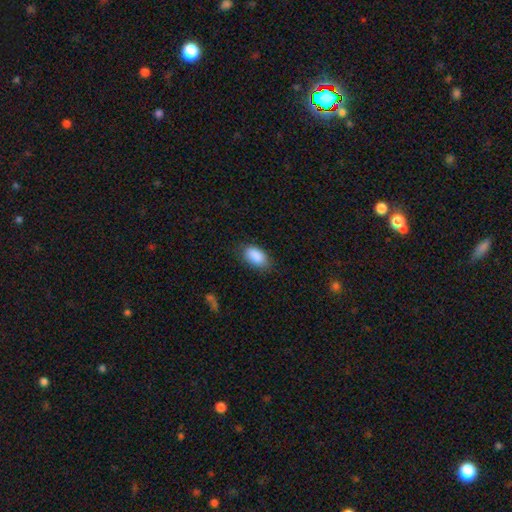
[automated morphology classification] Smooth or featured: smooth — 89% (star or artifact — 7%)
How rounded: in between — 93% (round — 5%)
Merging: none — 77% (minor disturbance — 17%)